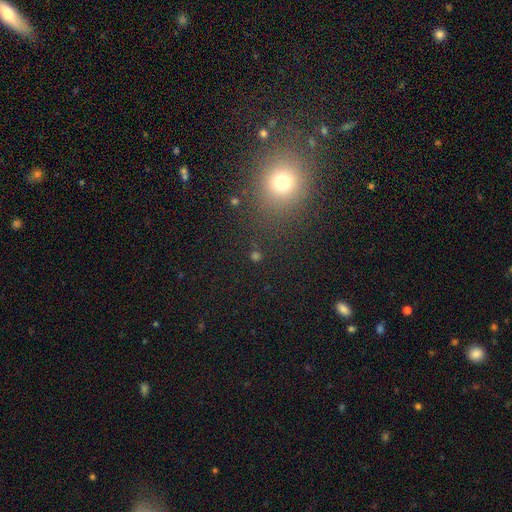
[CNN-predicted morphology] A smooth galaxy with no disk features (57%) that is round (84%).

Vote fractions:
- Smooth or featured? smooth: 57% / star or artifact: 35% / featured or disk: 8%
- How rounded? round: 84% / in between: 14% / cigar-shaped: 2%
- Merging? none: 81% / minor disturbance: 8% / merger: 6% / major disturbance: 5%